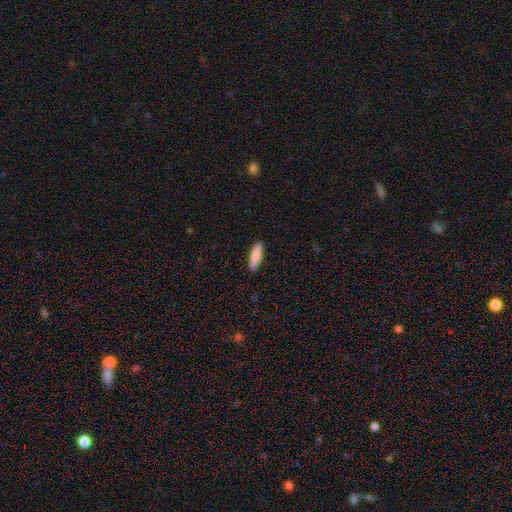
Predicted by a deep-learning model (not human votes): Q: Smooth or featured?
A: smooth (87%); runner-up: featured or disk (7%)
Q: How rounded?
A: cigar-shaped (58%); runner-up: in between (40%)
Q: Merging?
A: none (90%); runner-up: minor disturbance (7%)